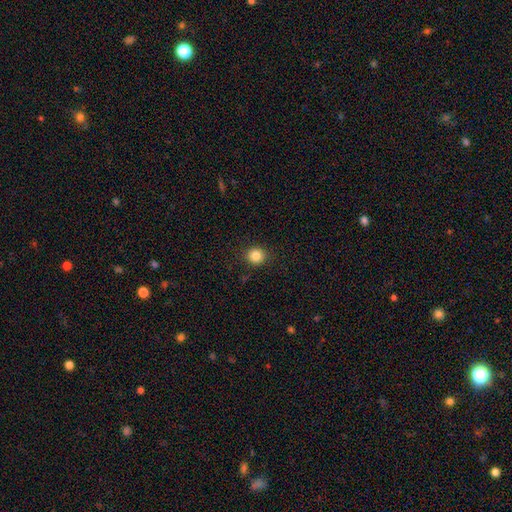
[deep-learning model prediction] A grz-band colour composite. It shows a smooth galaxy with no disk features (85%) that is round (90%). Merging: none (90%).